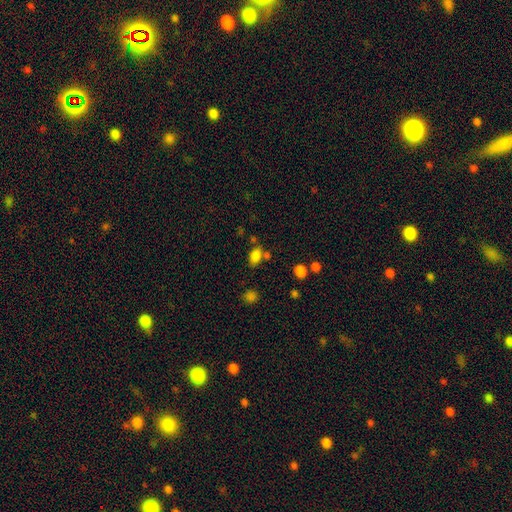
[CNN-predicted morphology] smooth 80%, star or artifact 13%, featured or disk 6%. Down the decision tree: how rounded — in between (83%); merging — none (61%).